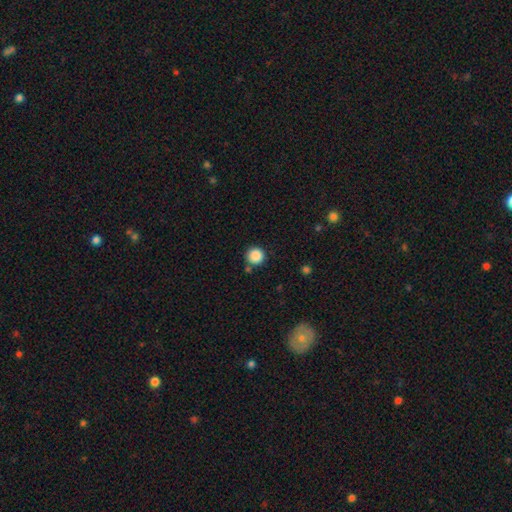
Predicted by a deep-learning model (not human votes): Smooth or featured?
  - smooth: 87% *
  - star or artifact: 10%
  - featured or disk: 3%
How rounded?
  - round: 95% *
  - in between: 4%
  - cigar-shaped: 1%
Merging?
  - none: 84% *
  - minor disturbance: 8%
  - merger: 5%
  - major disturbance: 3%